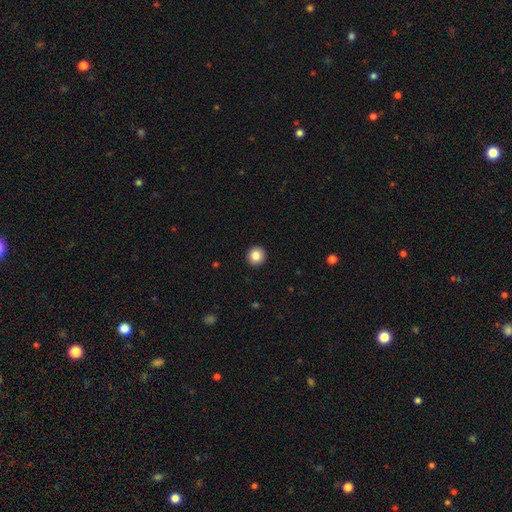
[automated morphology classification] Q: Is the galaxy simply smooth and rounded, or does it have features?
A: smooth — 84%.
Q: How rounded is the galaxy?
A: round — 95%.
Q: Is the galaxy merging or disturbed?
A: none — 94%.